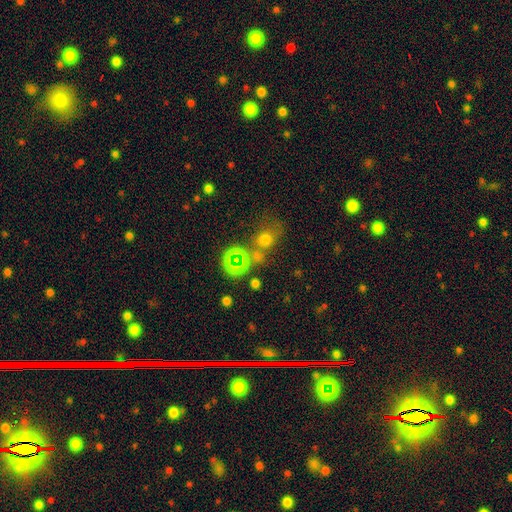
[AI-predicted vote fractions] Smooth or featured? Predicted: star or artifact (p=0.43).